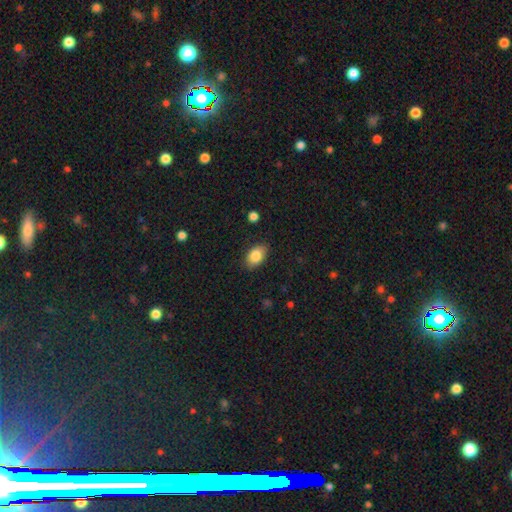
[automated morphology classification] This is clearly a smooth galaxy (84%). How rounded: clearly in between (87%). Merging: clearly none (84%).